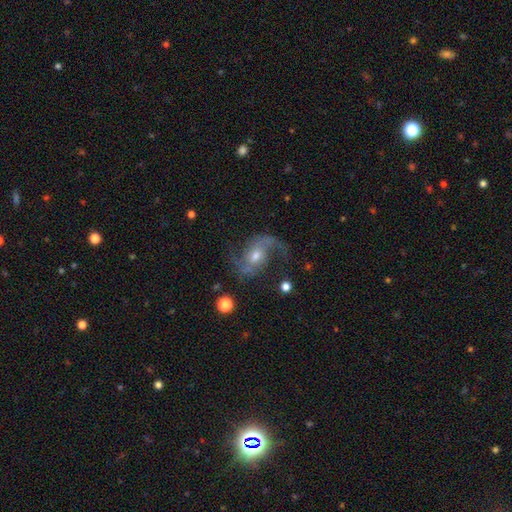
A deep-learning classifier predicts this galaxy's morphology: smooth_or_featured: featured or disk (p=0.87) [alt: star or artifact p=0.07]
disk_edge_on: no (p=0.97) [alt: yes p=0.03]
bar: no (p=0.49) [alt: weak p=0.39]
has_spiral_arms: yes (p=0.97) [alt: no p=0.03]
spiral_winding: loose (p=0.59) [alt: medium p=0.34]
spiral_arm_count: 2 (p=0.90) [alt: 1 p=0.03]
bulge_size: moderate (p=0.58) [alt: small p=0.35]
merging: none (p=0.70) [alt: minor disturbance p=0.16]